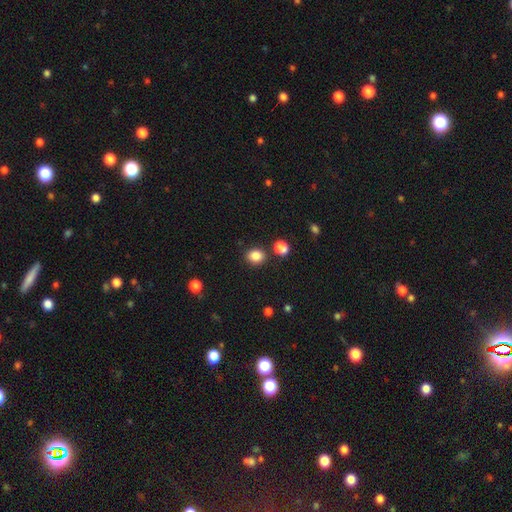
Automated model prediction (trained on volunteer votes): Overall: smooth (85%). How rounded: round (64%; in between 36%). Merging: none (80%).